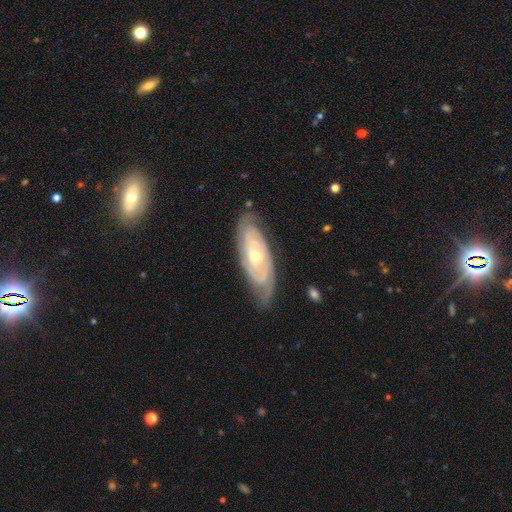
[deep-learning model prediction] featured or disk 85%, smooth 10%, star or artifact 5%. Down the decision tree: edge-on disk — no (90%); bar — no (72%); spiral arms — yes (94%); spiral arm count — 2 (43%); spiral winding — tight (75%); bulge size — moderate (52%); merging — none (75%).